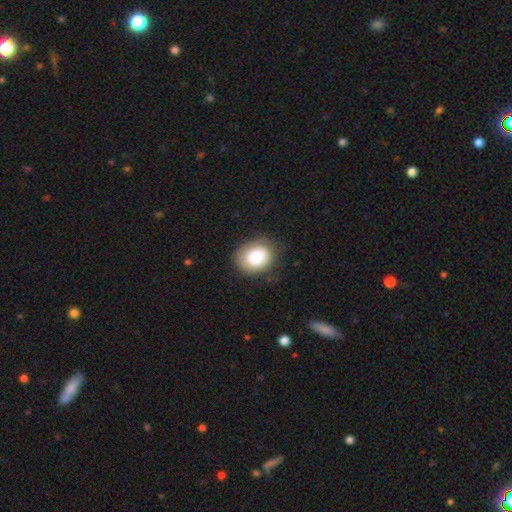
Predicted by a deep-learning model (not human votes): Smooth or featured? Predicted: smooth (p=0.85). How rounded? Predicted: round (p=0.52). Merging? Predicted: none (p=0.78).